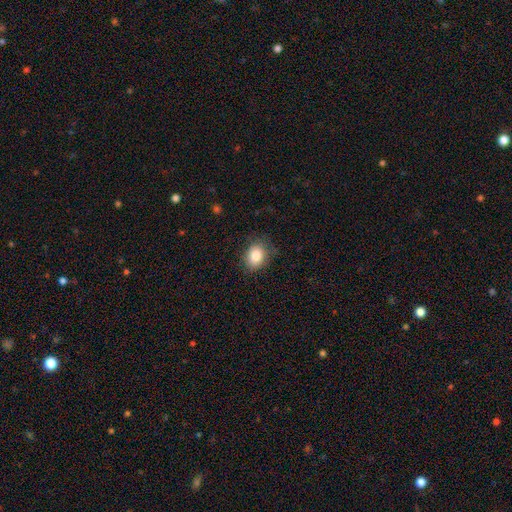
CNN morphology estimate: A smooth galaxy with no disk features (84%) that is in between round and cigar-shaped (54%).

Vote fractions:
- Smooth or featured? smooth: 84% / star or artifact: 9% / featured or disk: 7%
- How rounded? in between: 54% / round: 45% / cigar-shaped: 1%
- Merging? none: 81% / minor disturbance: 15% / major disturbance: 4% / merger: 1%